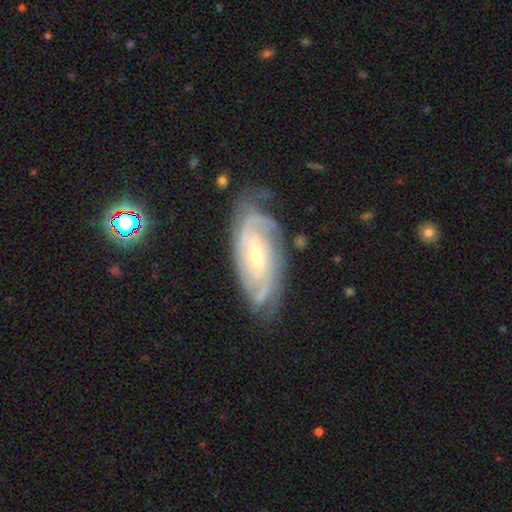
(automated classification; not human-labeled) Overall: featured or disk (87%). Edge-on disk: no (93%). Bar: no (50%; weak 37%). Spiral arms: yes (97%). Spiral arm count: can't tell (29%; 3 24%). Spiral winding: tight (65%; medium 29%). Bulge size: small (55%; moderate 41%). Merging: none (71%).